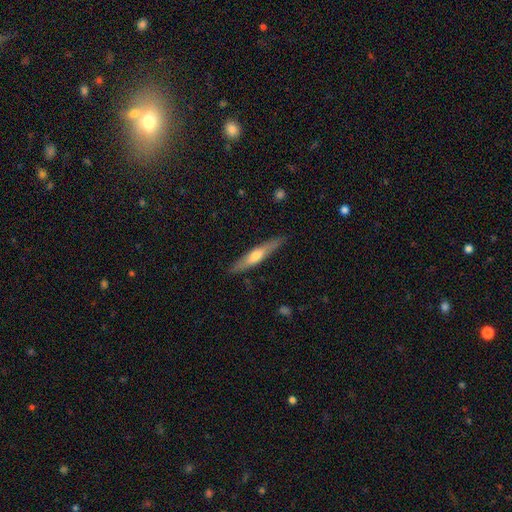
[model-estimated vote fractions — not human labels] smooth-or-featured: smooth: 48% | featured or disk: 47% | star or artifact: 5%
  merging: none: 87% | minor disturbance: 10% | major disturbance: 2% | merger: 1%